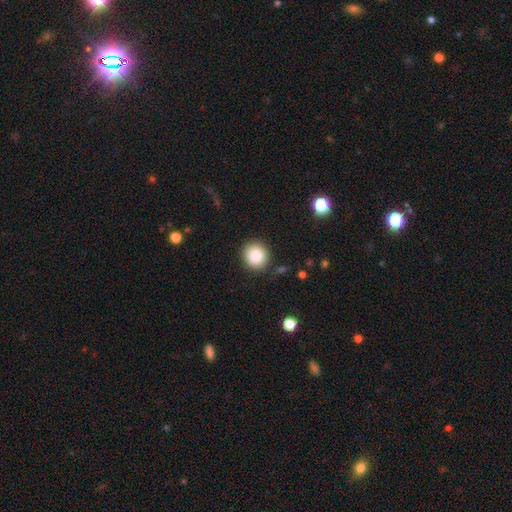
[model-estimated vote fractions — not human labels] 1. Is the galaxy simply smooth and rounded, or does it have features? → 87% smooth, 9% star or artifact, 4% featured or disk.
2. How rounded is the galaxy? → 89% round, 10% in between, 1% cigar-shaped.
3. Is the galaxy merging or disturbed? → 88% none, 8% minor disturbance, 3% major disturbance, 1% merger.